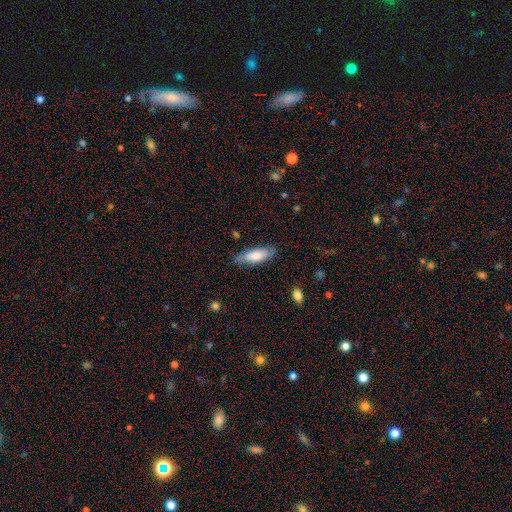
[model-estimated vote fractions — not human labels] Morphology: type=smooth (74%); roundness=in between (61%); merging=none (78%).